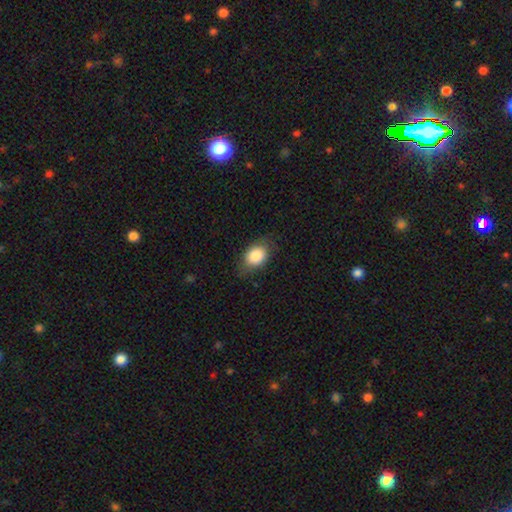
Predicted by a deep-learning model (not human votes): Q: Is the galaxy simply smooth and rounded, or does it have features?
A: smooth — 84%.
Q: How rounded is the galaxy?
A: in between — 75%.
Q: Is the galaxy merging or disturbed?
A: none — 75%.